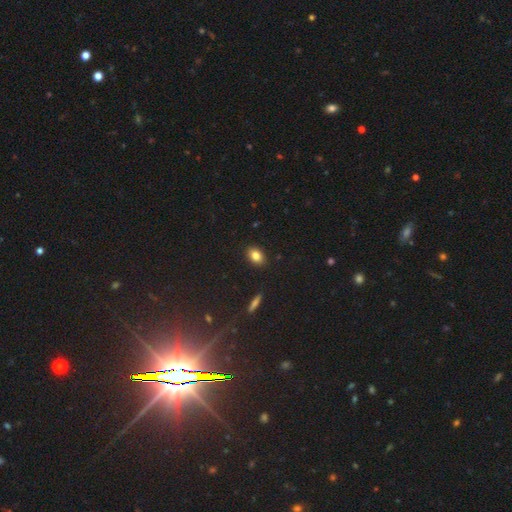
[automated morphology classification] smooth-or-featured: smooth: 82% | star or artifact: 10% | featured or disk: 8%
  how-rounded: in between: 79% | round: 19% | cigar-shaped: 2%
  merging: none: 89% | minor disturbance: 8% | major disturbance: 2% | merger: 1%